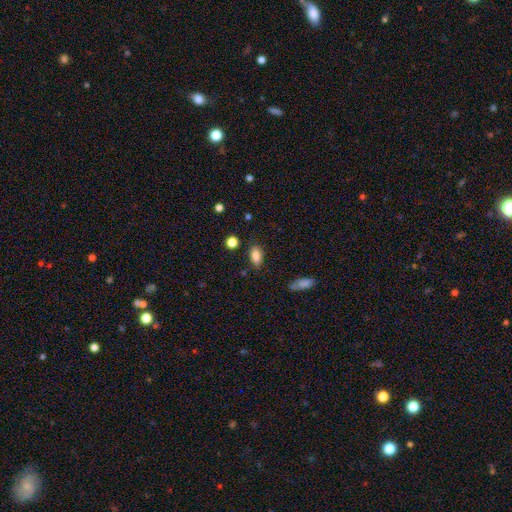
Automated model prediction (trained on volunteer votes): Smooth or featured? smooth (85%)
How rounded? in between (89%)
Merging? none (80%)